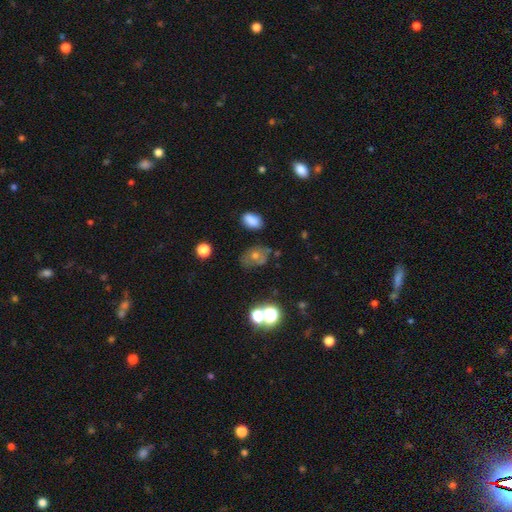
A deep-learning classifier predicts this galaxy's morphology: The model was most divided on "smooth or featured": smooth: 49%, featured or disk: 29%, star or artifact: 22%. More confident: merging — none (60%).